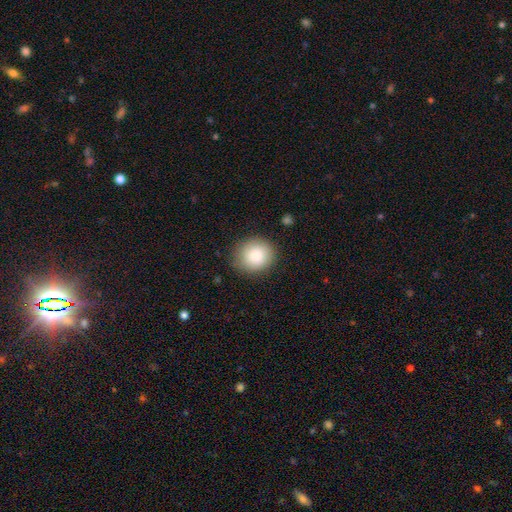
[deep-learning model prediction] smooth 86%, featured or disk 7%, star or artifact 7%. Down the decision tree: how rounded — round (79%); merging — none (85%).